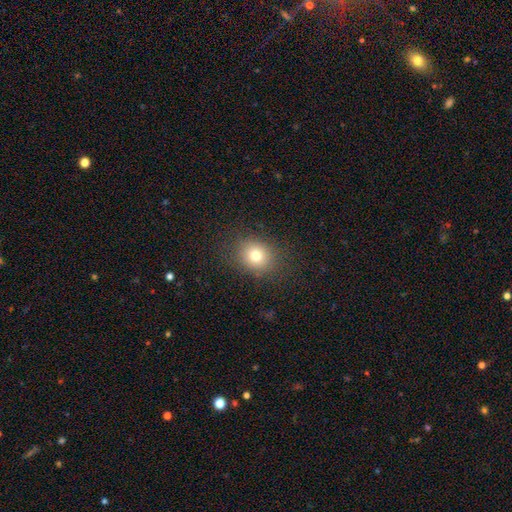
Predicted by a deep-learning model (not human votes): This appears to be a smooth galaxy with no disk features (76%) that is round (70%). Merging: none (85%).